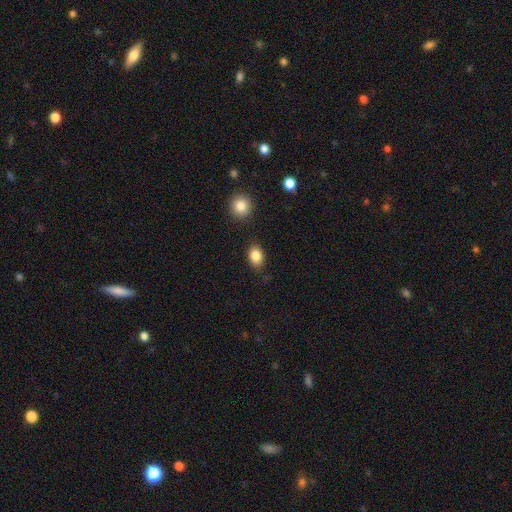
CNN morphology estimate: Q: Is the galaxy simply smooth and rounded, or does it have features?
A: smooth — 85%.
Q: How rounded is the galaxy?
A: in between — 77%.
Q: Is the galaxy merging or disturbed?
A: none — 81%.